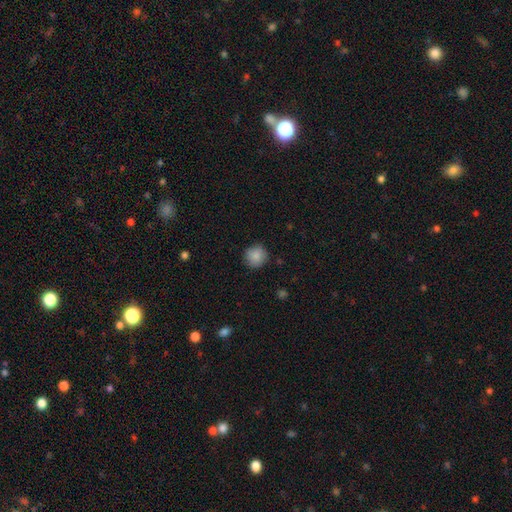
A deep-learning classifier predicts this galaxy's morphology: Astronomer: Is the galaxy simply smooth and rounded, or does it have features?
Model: smooth — 87%.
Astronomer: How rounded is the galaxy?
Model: round — 92%.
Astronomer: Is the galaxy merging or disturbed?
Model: none — 87%.